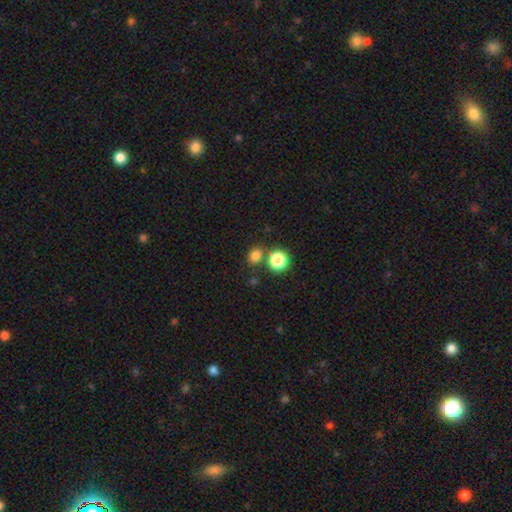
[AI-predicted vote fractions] This appears to be a smooth galaxy with no disk features (76%) that is round (66%). Merging: none (72%).